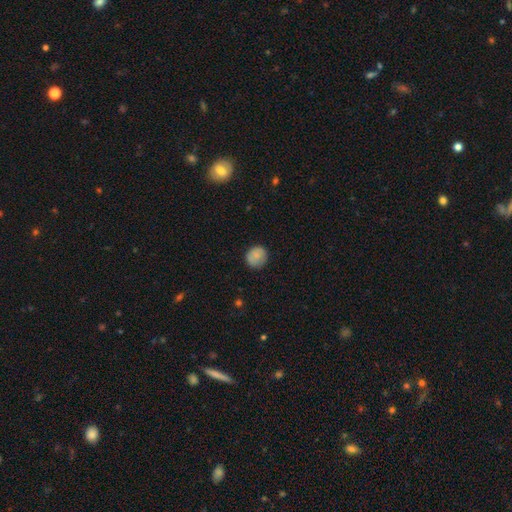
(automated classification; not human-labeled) This appears to be a smooth galaxy with no disk features (84%) that is round (86%). Merging: none (84%).